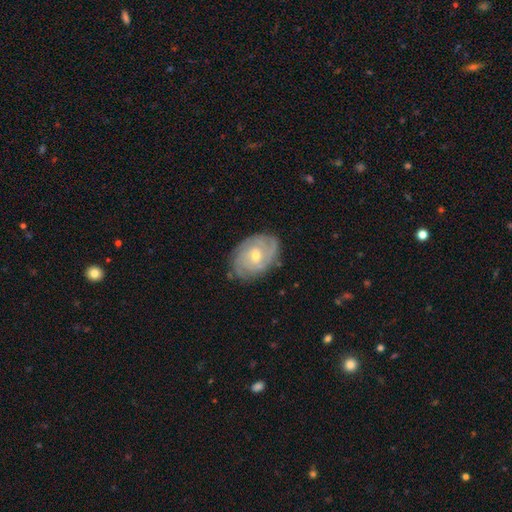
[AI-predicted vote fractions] The model was most divided on "bulge size": small: 51%, moderate: 47%, large: 1%, none: 1%, dominant: 1%. Remaining: edge-on disk — no (96%); spiral arms — yes (93%); smooth or featured — featured or disk (81%); merging — none (80%); spiral winding — tight (70%); bar — no (58%); spiral arm count — can't tell (37%).